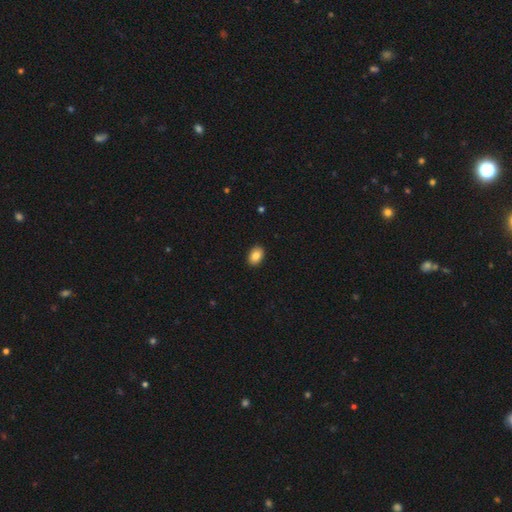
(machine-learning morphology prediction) Smooth or featured?
  - smooth: 86% *
  - star or artifact: 8%
  - featured or disk: 6%
How rounded?
  - in between: 83% *
  - round: 16%
  - cigar-shaped: 1%
Merging?
  - none: 90% *
  - minor disturbance: 7%
  - major disturbance: 2%
  - merger: 1%